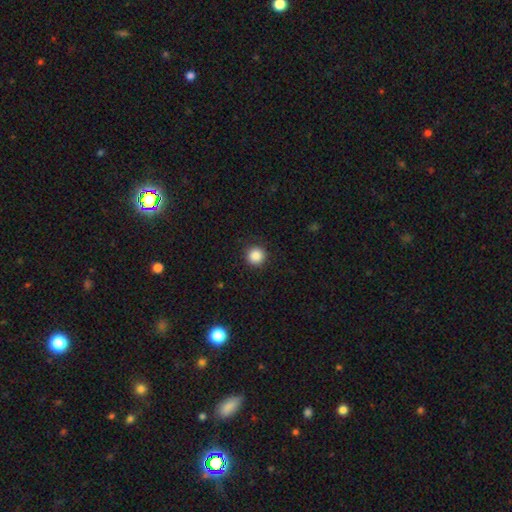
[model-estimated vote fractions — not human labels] smooth-or-featured: smooth: 87% | star or artifact: 10% | featured or disk: 3%
  how-rounded: round: 96% | in between: 3% | cigar-shaped: 1%
  merging: none: 92% | minor disturbance: 5% | major disturbance: 2% | merger: 1%